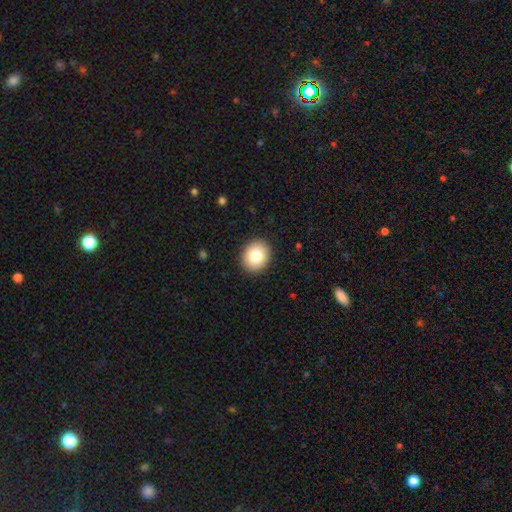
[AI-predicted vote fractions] This is clearly a smooth galaxy (81%). How rounded: likely round (72%). Merging: clearly none (91%).